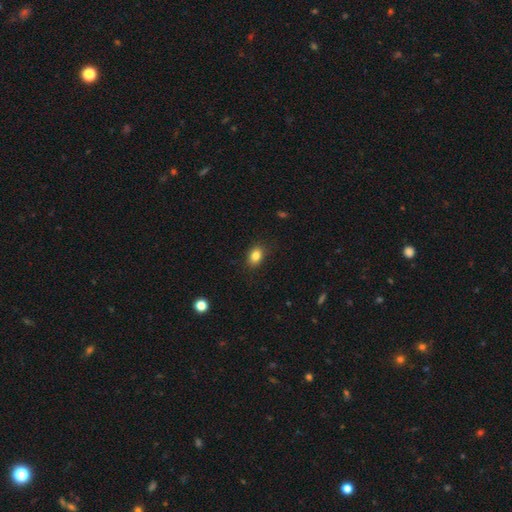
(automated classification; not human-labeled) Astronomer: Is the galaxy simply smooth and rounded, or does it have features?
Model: smooth — 84%.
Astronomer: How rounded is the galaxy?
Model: in between — 76%.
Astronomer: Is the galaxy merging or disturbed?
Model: none — 85%.